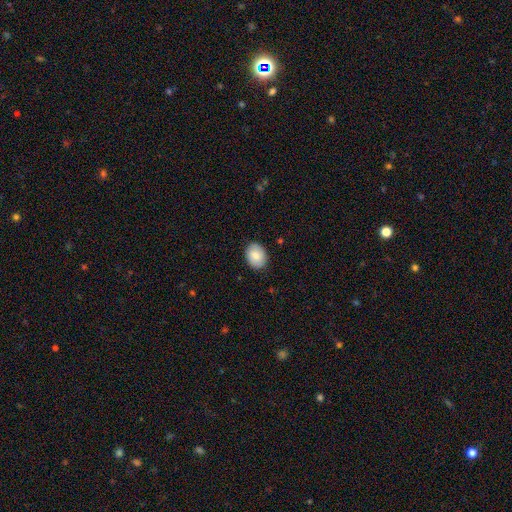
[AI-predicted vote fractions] Q: Smooth or featured?
A: smooth (84%); runner-up: featured or disk (9%)
Q: How rounded?
A: in between (62%); runner-up: round (37%)
Q: Merging?
A: none (88%); runner-up: minor disturbance (9%)